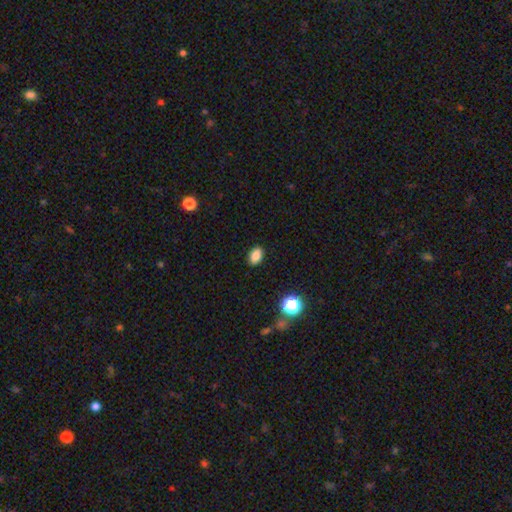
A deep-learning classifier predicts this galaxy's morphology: type=smooth (83%); roundness=in between (84%); merging=none (89%).